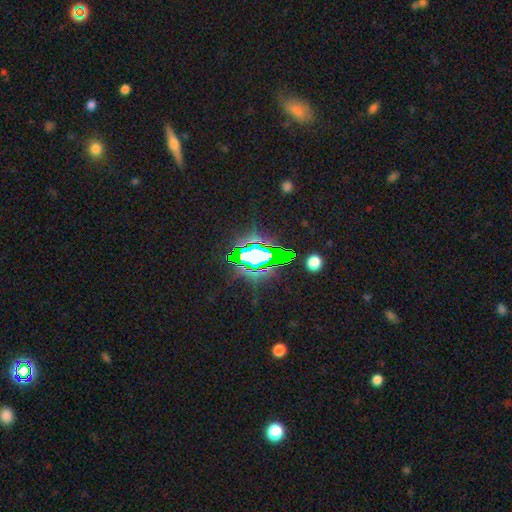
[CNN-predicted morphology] star or artifact 65%, smooth 19%, featured or disk 15%.